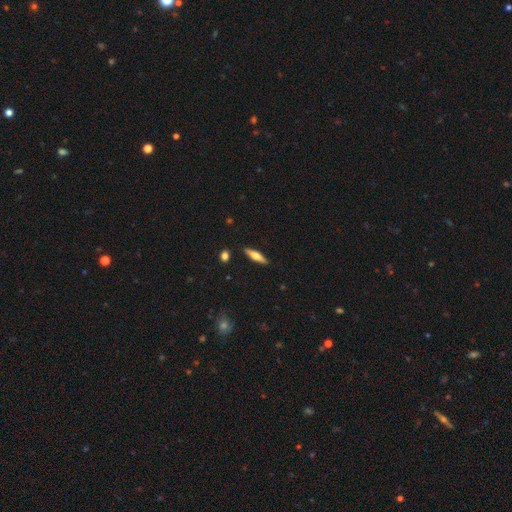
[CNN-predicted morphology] A smooth galaxy with no disk features (53%) that is cigar-shaped (72%).

Vote fractions:
- Smooth or featured? smooth: 53% / featured or disk: 41% / star or artifact: 6%
- How rounded? cigar-shaped: 72% / in between: 26% / round: 2%
- Merging? none: 89% / minor disturbance: 8% / major disturbance: 2% / merger: 1%